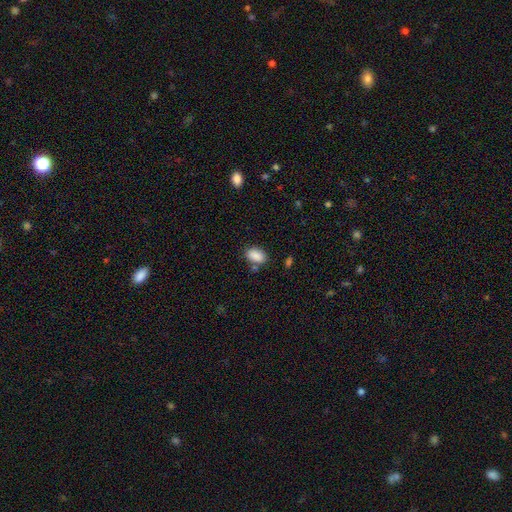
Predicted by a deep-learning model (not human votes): This is clearly a smooth galaxy (88%). How rounded: clearly in between (90%). Merging: likely none (72%).